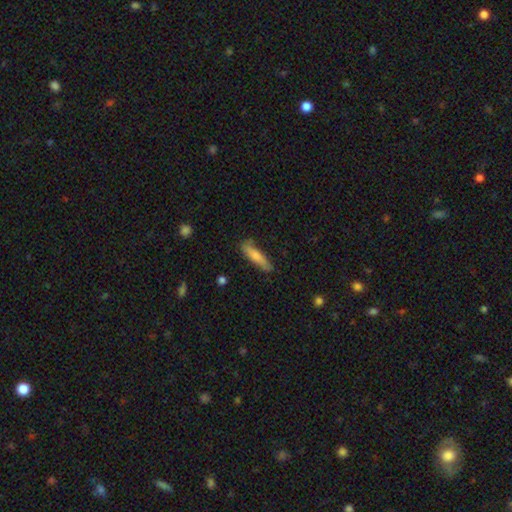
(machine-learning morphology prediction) This appears to be a smooth galaxy with no disk features (76%) that is cigar-shaped (76%). Merging: none (76%).